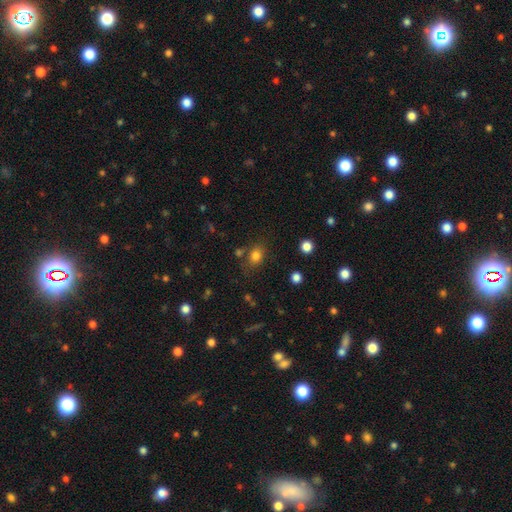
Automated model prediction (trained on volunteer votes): Smooth or featured? Predicted: smooth (p=0.79). How rounded? Predicted: in between (p=0.56). Merging? Predicted: none (p=0.72).